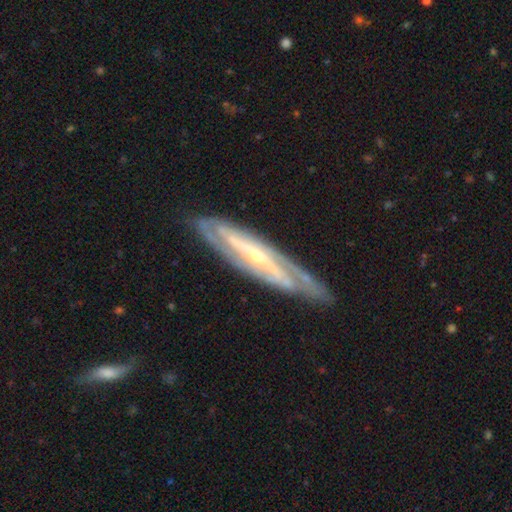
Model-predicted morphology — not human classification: A featured or disk galaxy (86%) with a strong bar (41%), 2 (59%) tight (49%) spiral arms (93%) and a small central bulge (67%). Merging: none (79%).